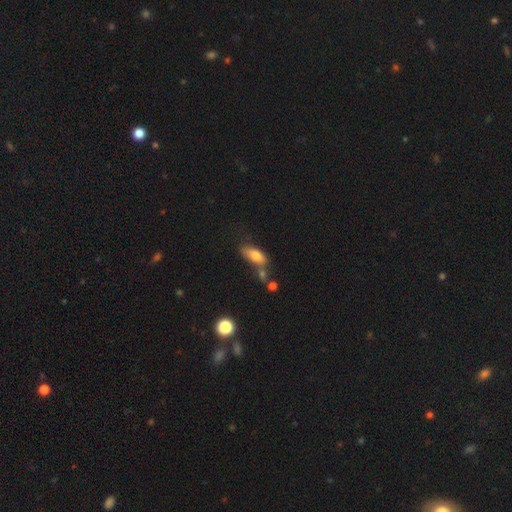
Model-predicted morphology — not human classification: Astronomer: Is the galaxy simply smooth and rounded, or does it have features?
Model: smooth — 75%.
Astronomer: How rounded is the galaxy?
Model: in between — 78%.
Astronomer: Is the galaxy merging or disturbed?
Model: none — 43% (runner-up: minor disturbance, 23%).